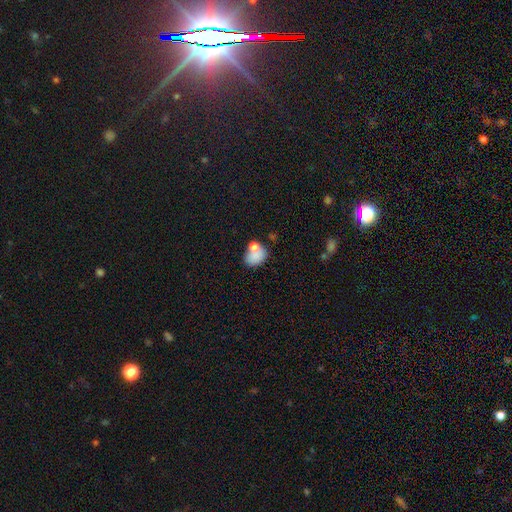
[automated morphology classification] smooth_or_featured: smooth (p=0.77) [alt: featured or disk p=0.13]
how_rounded: in between (p=0.59) [alt: round p=0.40]
merging: none (p=0.43) [alt: merger p=0.31]